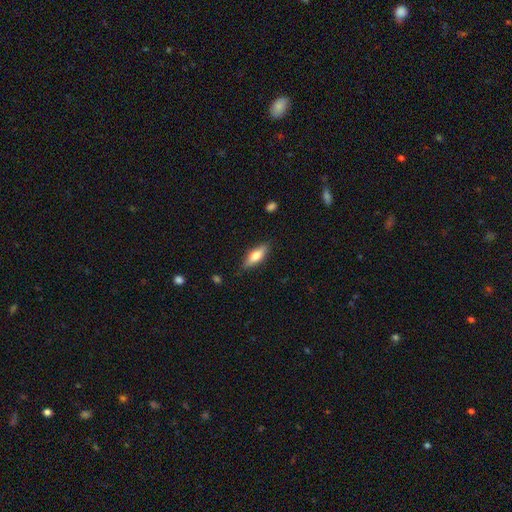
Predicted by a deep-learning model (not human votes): smooth_or_featured: smooth (p=0.63) [alt: featured or disk p=0.30]
how_rounded: in between (p=0.59) [alt: cigar-shaped p=0.38]
merging: none (p=0.84) [alt: minor disturbance p=0.12]